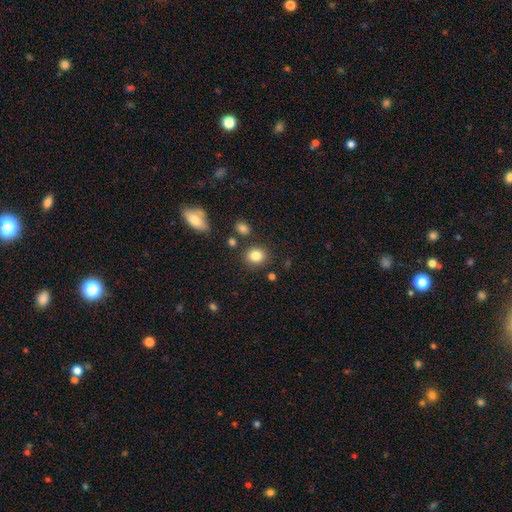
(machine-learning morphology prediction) Overall: smooth (84%). How rounded: round (68%; in between 31%). Merging: none (83%).